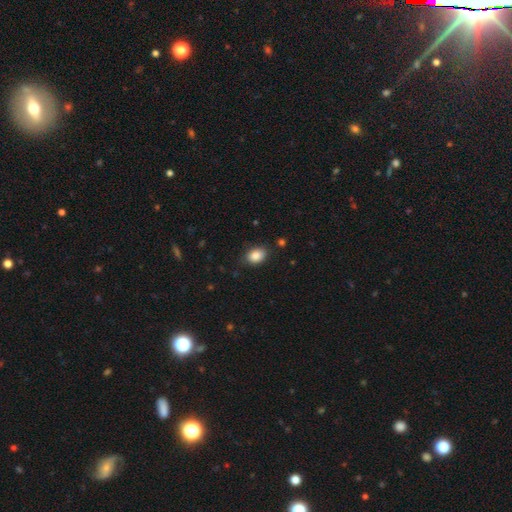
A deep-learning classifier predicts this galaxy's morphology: Smooth or featured? smooth (87%)
How rounded? in between (76%)
Merging? none (82%)